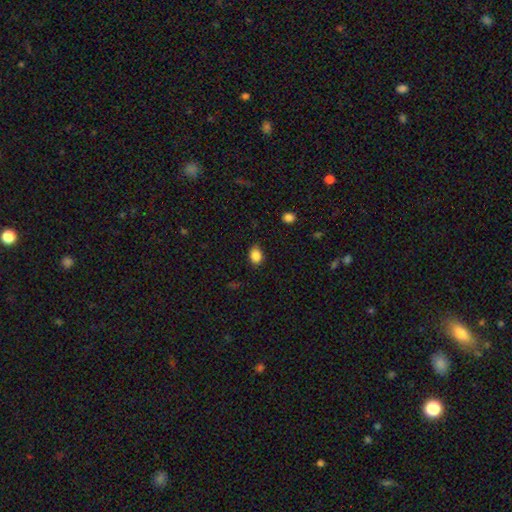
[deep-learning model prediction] Smooth or featured?
  - smooth: 86% *
  - star or artifact: 10%
  - featured or disk: 4%
How rounded?
  - in between: 63% *
  - round: 36%
  - cigar-shaped: 1%
Merging?
  - none: 78% *
  - minor disturbance: 18%
  - major disturbance: 3%
  - merger: 1%